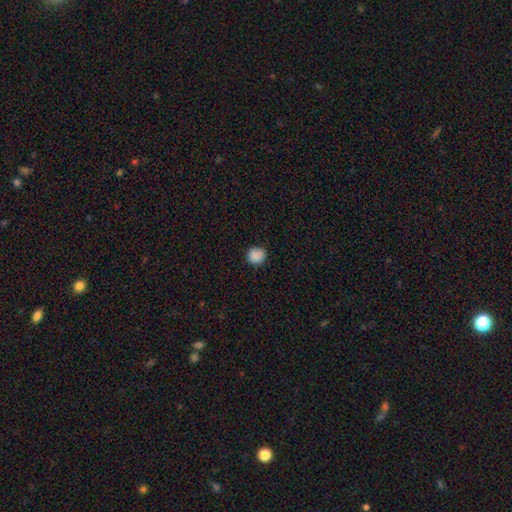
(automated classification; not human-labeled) Morphology: type=smooth (87%); roundness=round (85%); merging=none (84%).